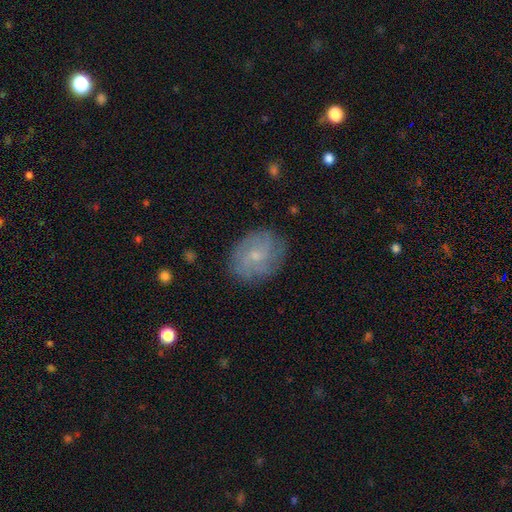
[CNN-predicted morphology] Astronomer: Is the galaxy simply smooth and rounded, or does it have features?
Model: featured or disk — 58%.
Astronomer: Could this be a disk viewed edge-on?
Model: no — 97%.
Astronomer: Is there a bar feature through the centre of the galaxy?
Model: no — 68%.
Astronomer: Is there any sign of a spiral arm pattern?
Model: yes — 83%.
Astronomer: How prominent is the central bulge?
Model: small — 68%.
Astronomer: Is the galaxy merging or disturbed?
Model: none — 79%.